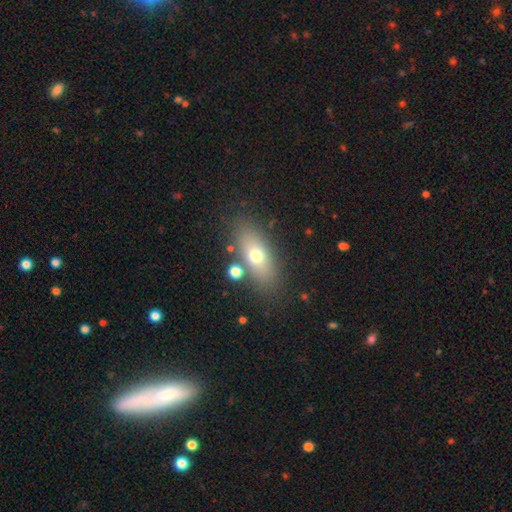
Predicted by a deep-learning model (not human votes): The model was most divided on "smooth or featured": smooth: 64%, featured or disk: 25%, star or artifact: 10%. More confident: merging — none (81%); how rounded — in between (75%).